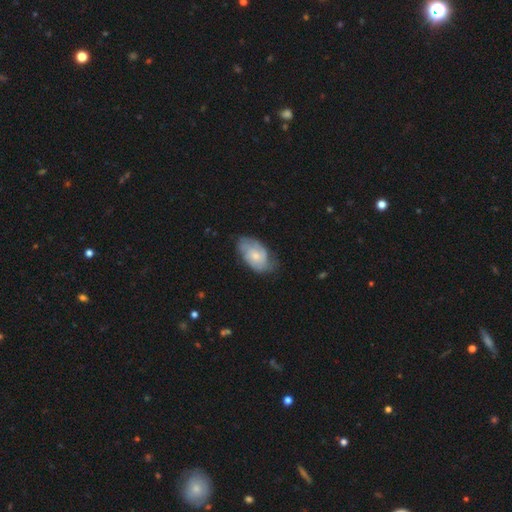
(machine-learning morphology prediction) Overall: featured or disk (59%; smooth 35%). Edge-on disk: no (96%). Bar: no (74%). Spiral arms: yes (85%). Bulge size: small (49%; moderate 44%). Merging: none (62%; minor disturbance 28%).